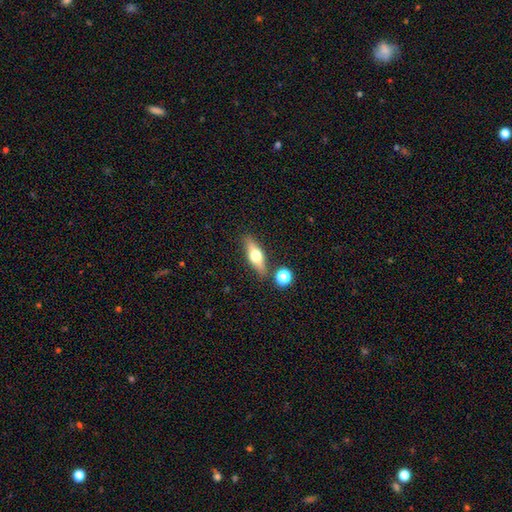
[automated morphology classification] Q: Smooth or featured?
A: smooth (47%); runner-up: featured or disk (46%)
Q: Merging?
A: none (81%); runner-up: minor disturbance (10%)